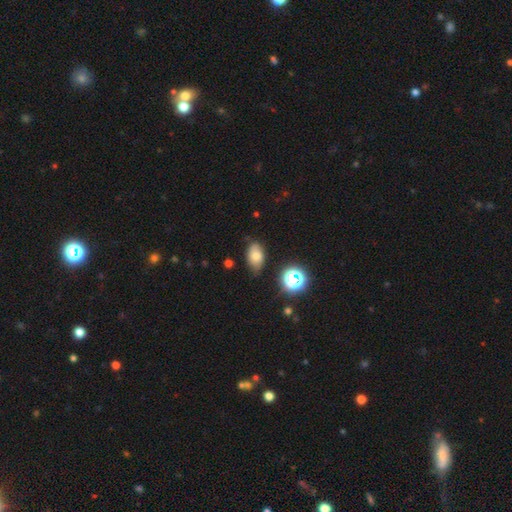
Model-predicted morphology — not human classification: The model was most divided on "merging": none: 70%, minor disturbance: 24%, major disturbance: 4%, merger: 2%. More confident: how rounded — in between (87%); smooth or featured — smooth (71%).